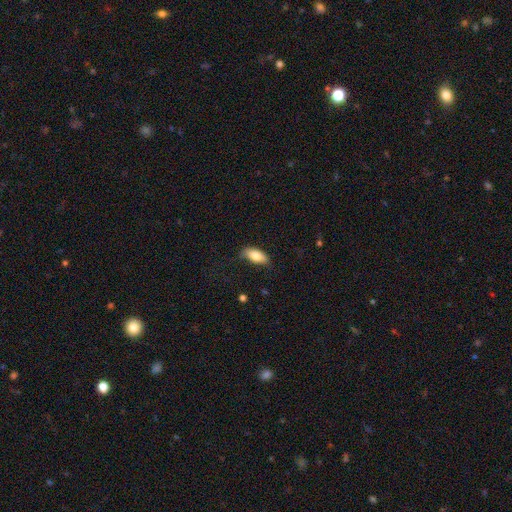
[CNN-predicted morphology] Q: Smooth or featured?
A: smooth (81%); runner-up: featured or disk (12%)
Q: How rounded?
A: in between (88%); runner-up: cigar-shaped (10%)
Q: Merging?
A: none (70%); runner-up: minor disturbance (23%)